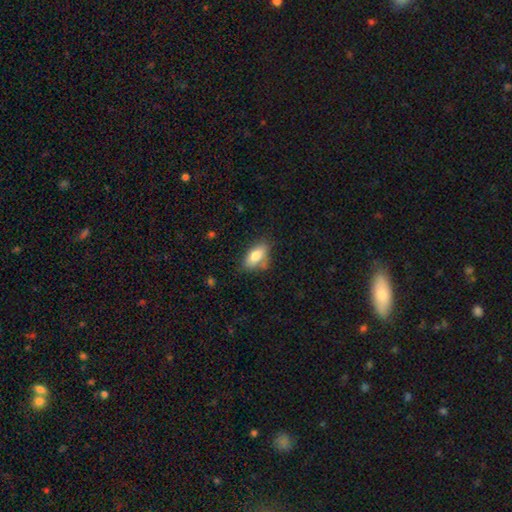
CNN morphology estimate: The model was most divided on "merging": none: 68%, minor disturbance: 21%, merger: 6%, major disturbance: 5%. More confident: how rounded — in between (85%); smooth or featured — smooth (80%).